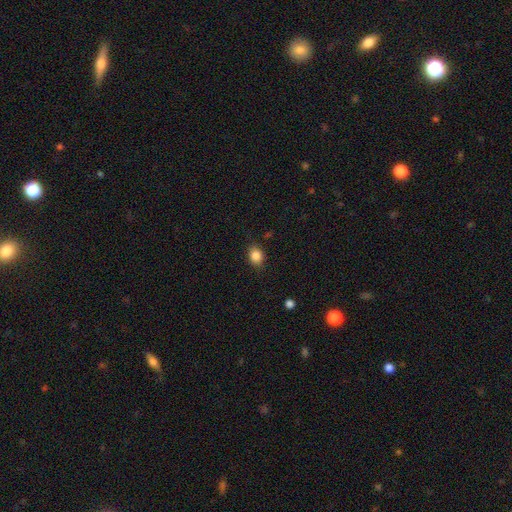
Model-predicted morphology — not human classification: Smooth or featured: smooth — 86% (star or artifact — 9%)
How rounded: round — 51% (in between — 48%)
Merging: none — 83% (minor disturbance — 13%)